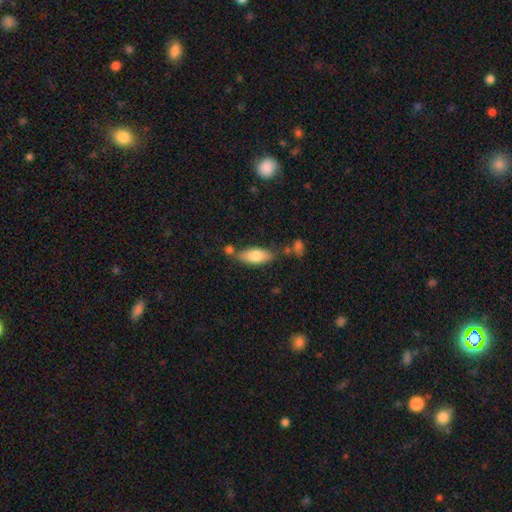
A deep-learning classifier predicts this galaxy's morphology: A smooth galaxy with no disk features (76%) that is in between round and cigar-shaped (80%).

Vote fractions:
- Smooth or featured? smooth: 76% / featured or disk: 17% / star or artifact: 6%
- How rounded? in between: 80% / cigar-shaped: 17% / round: 2%
- Merging? none: 67% / minor disturbance: 17% / merger: 12% / major disturbance: 4%